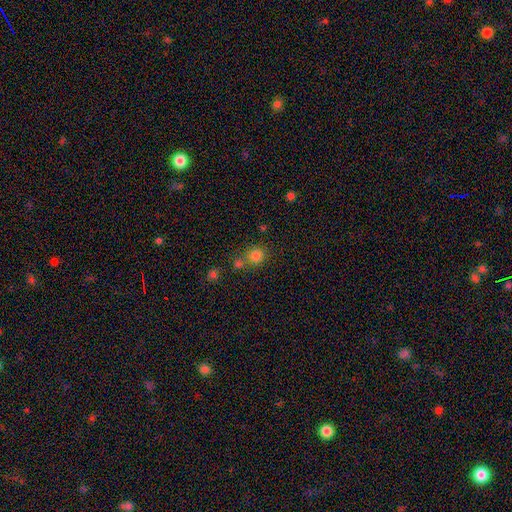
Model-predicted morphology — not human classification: This appears to be a smooth galaxy with no disk features (80%) that is round (85%). Merging: none (59%).